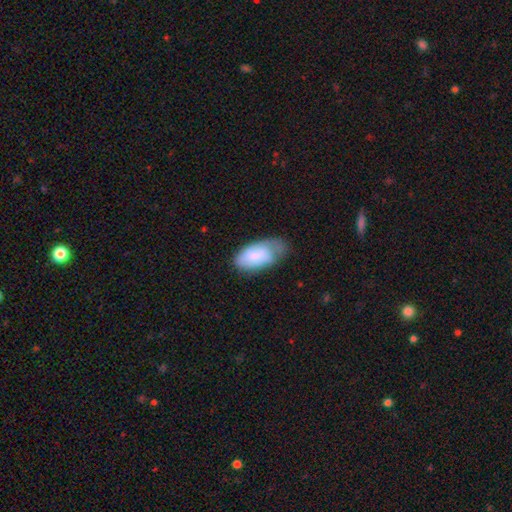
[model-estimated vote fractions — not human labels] A smooth galaxy with no disk features (68%) that is in between round and cigar-shaped (94%).

Vote fractions:
- Smooth or featured? smooth: 68% / featured or disk: 26% / star or artifact: 6%
- How rounded? in between: 94% / round: 3% / cigar-shaped: 3%
- Merging? minor disturbance: 41% / none: 39% / major disturbance: 17% / merger: 3%